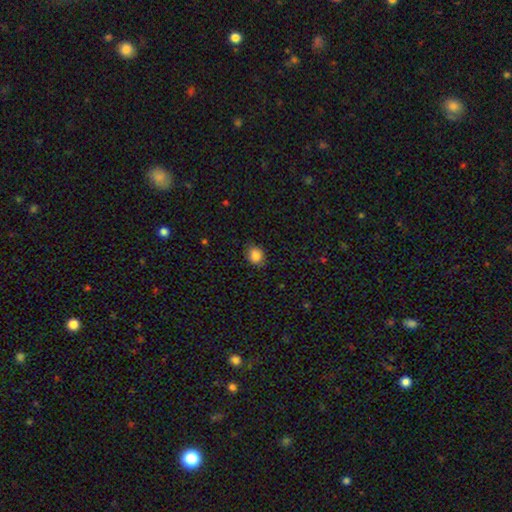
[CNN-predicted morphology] This is clearly a smooth galaxy (85%). How rounded: likely round (63%). Merging: clearly none (80%).